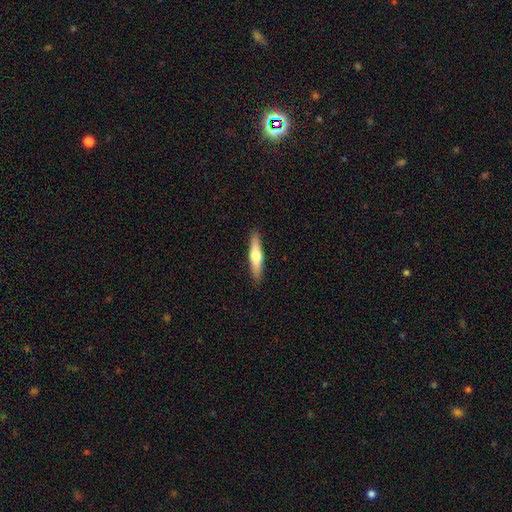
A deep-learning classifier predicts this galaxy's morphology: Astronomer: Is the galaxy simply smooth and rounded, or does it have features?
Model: smooth — 54% (runner-up: featured or disk, 40%).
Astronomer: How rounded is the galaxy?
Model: cigar-shaped — 81%.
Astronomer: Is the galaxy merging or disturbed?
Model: none — 90%.